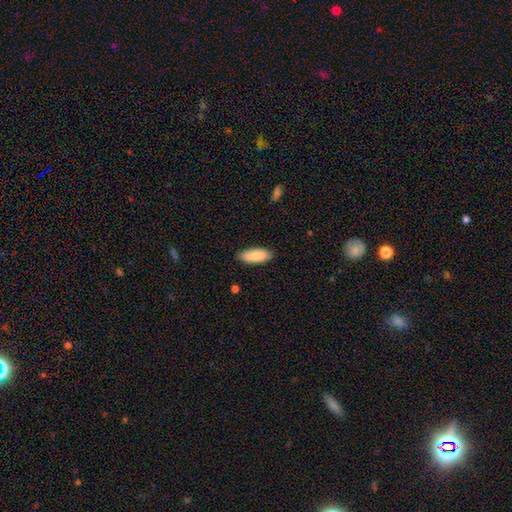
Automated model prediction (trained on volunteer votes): Overall: smooth (85%). How rounded: in between (80%). Merging: none (86%).